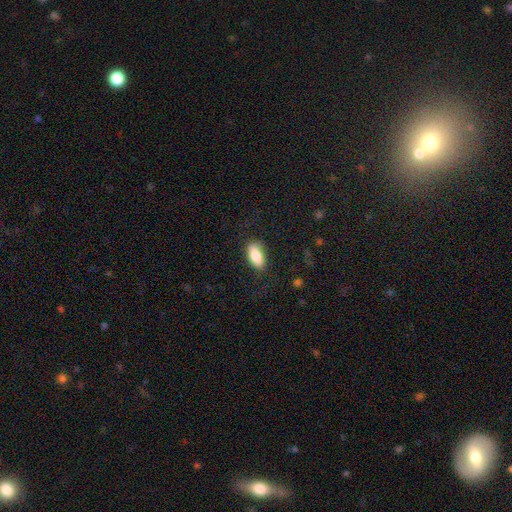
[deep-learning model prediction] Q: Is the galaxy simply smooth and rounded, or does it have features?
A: smooth — 84%.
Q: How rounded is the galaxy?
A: in between — 86%.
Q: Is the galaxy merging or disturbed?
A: none — 78%.